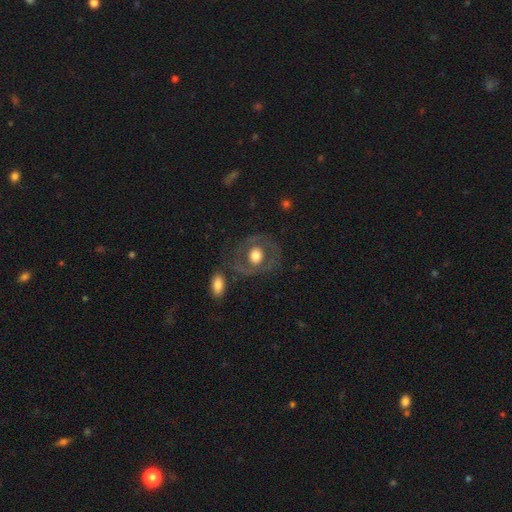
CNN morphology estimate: Smooth or featured? Predicted: featured or disk (p=0.50). Edge-on disk? Predicted: no (p=0.95). Merging? Predicted: none (p=0.74).